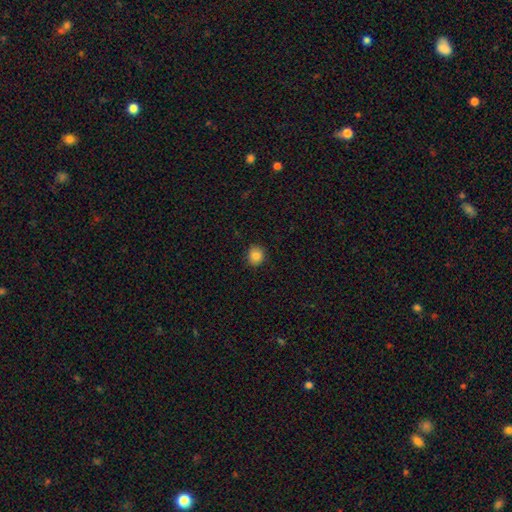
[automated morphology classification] Smooth or featured? smooth (84%)
How rounded? round (81%)
Merging? none (89%)